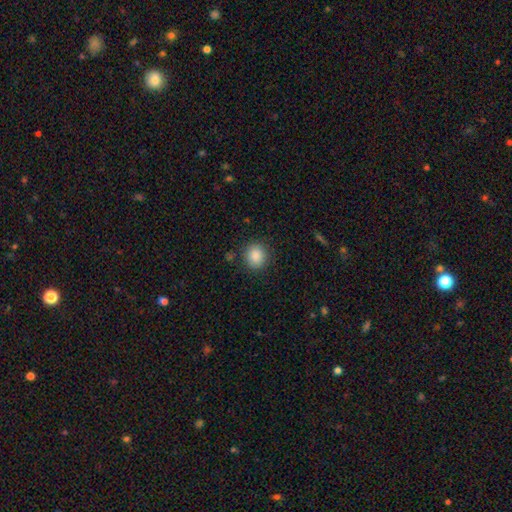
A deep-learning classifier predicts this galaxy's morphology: This is clearly a smooth galaxy (87%). How rounded: clearly round (82%). Merging: clearly none (87%).